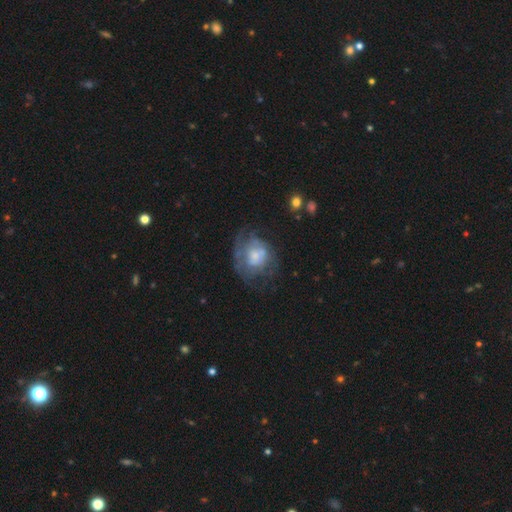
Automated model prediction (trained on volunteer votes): This is possibly a featured or disk galaxy (51%). It is clearly not viewed edge-on (97%). Merging: marginally none (45%).